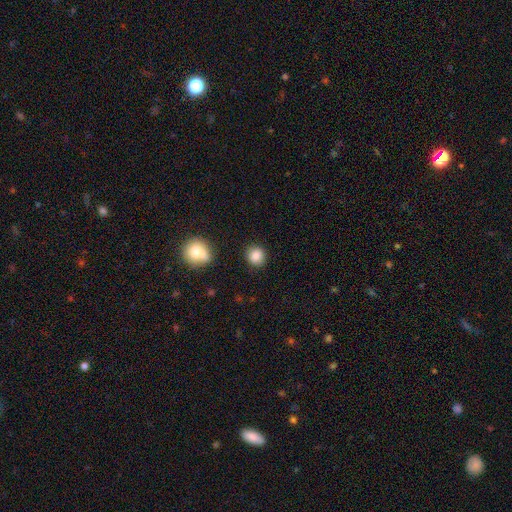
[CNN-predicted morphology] type=smooth (86%); roundness=round (89%); merging=none (88%).